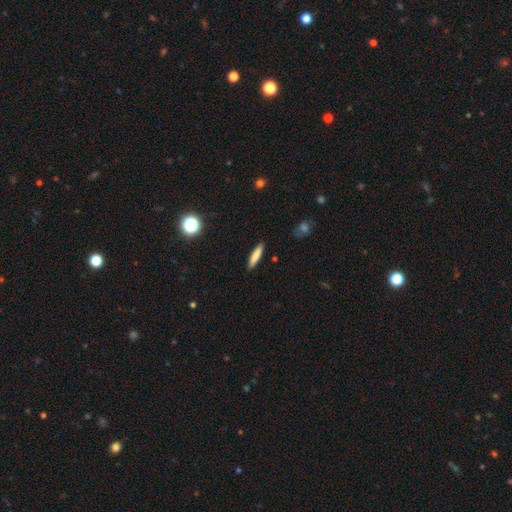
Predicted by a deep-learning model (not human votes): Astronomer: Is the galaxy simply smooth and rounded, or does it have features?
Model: smooth — 79%.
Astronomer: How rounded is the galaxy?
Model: cigar-shaped — 86%.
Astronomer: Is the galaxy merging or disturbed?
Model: none — 90%.